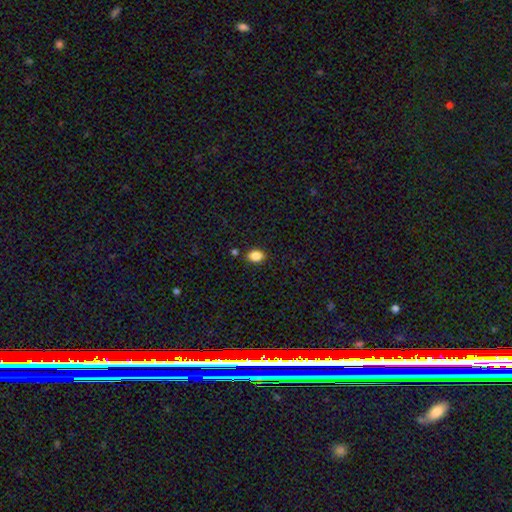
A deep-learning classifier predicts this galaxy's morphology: Q: Smooth or featured?
A: smooth (86%); runner-up: star or artifact (10%)
Q: How rounded?
A: in between (75%); runner-up: round (24%)
Q: Merging?
A: none (84%); runner-up: minor disturbance (10%)